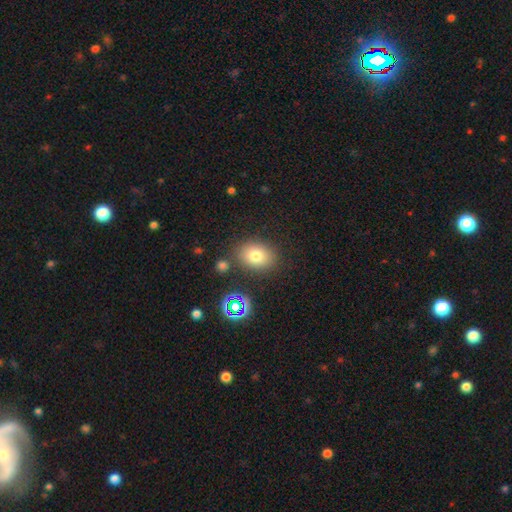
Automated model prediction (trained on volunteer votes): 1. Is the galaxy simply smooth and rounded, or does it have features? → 76% smooth, 14% star or artifact, 10% featured or disk.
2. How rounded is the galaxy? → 62% in between, 37% round, 1% cigar-shaped.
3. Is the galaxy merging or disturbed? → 80% none, 11% minor disturbance, 5% merger, 4% major disturbance.